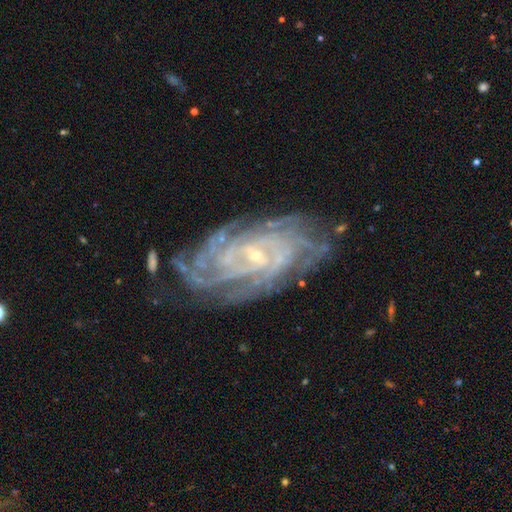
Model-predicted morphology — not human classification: Smooth or featured? Predicted: featured or disk (p=0.90). Edge-on disk? Predicted: no (p=0.96). Bar? Predicted: no (p=0.48). Spiral arms? Predicted: yes (p=0.98). Spiral winding? Predicted: tight (p=0.78). Spiral arm count? Predicted: 4 (p=0.26). Bulge size? Predicted: small (p=0.80). Merging? Predicted: none (p=0.75).